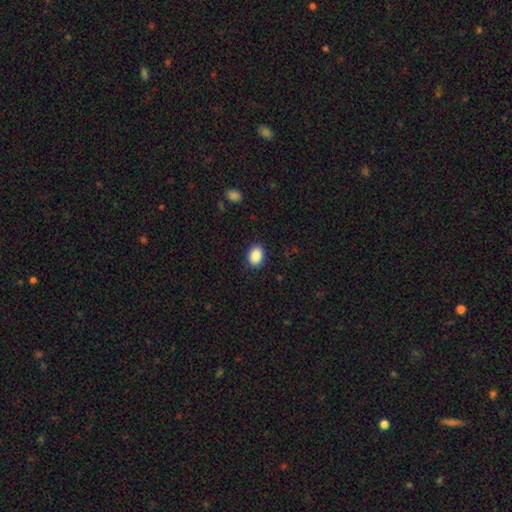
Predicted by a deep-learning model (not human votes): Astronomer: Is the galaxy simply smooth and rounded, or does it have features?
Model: smooth — 89%.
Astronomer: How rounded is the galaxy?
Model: in between — 70%.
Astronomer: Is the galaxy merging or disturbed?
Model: none — 89%.